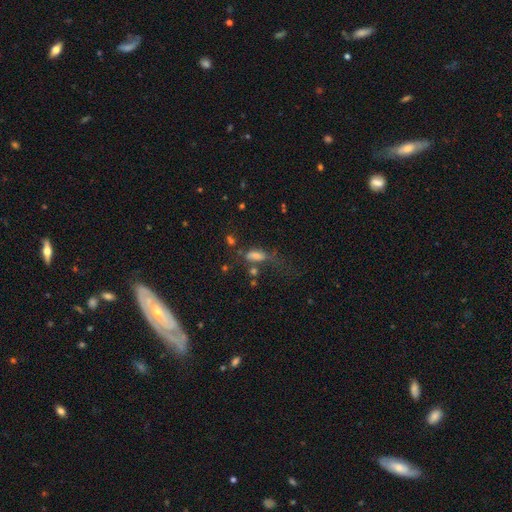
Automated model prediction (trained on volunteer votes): This appears to be a smooth galaxy with no disk features (56%) that is in between round and cigar-shaped (68%). Merging: none (35%).